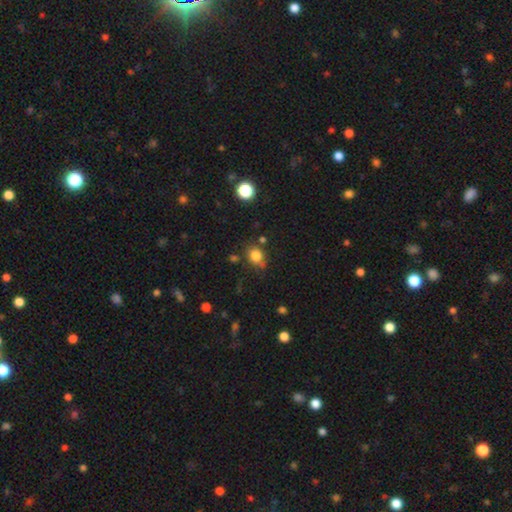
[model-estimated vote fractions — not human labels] smooth-or-featured: smooth: 80% | star or artifact: 13% | featured or disk: 7%
  how-rounded: round: 65% | in between: 34% | cigar-shaped: 1%
  merging: none: 70% | minor disturbance: 17% | merger: 7% | major disturbance: 5%